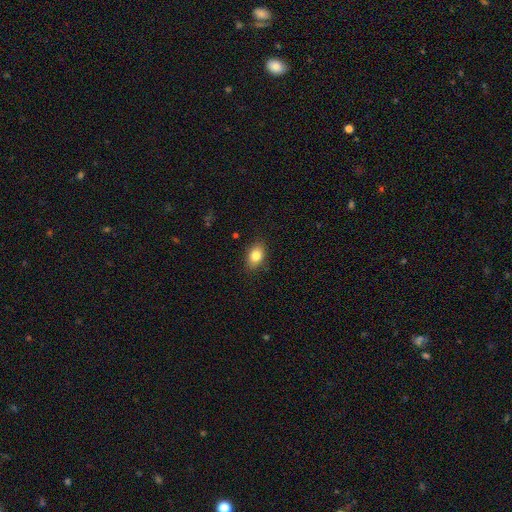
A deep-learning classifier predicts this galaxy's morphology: Smooth or featured?
  - smooth: 83% *
  - featured or disk: 8%
  - star or artifact: 8%
How rounded?
  - in between: 82% *
  - round: 17%
  - cigar-shaped: 2%
Merging?
  - none: 85% *
  - minor disturbance: 12%
  - major disturbance: 3%
  - merger: 1%